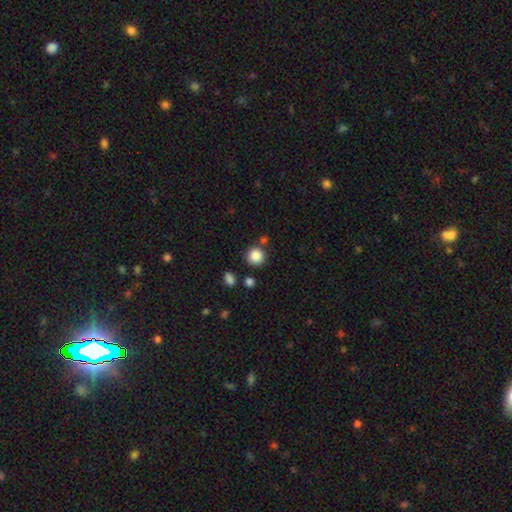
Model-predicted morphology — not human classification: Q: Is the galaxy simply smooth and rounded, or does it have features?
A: smooth — 87%.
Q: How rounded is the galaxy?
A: round — 93%.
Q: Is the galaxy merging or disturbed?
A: none — 80%.